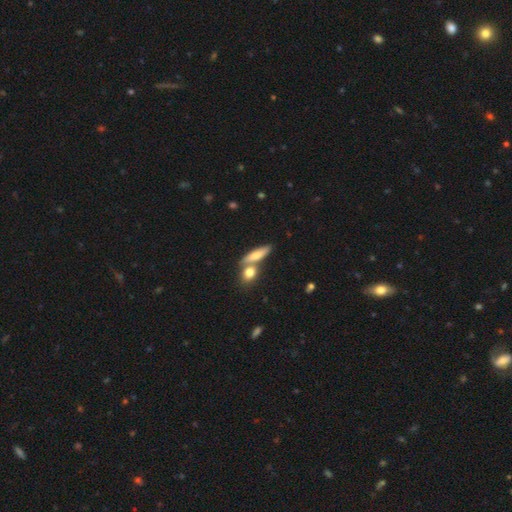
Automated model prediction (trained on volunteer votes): Smooth or featured? smooth (69%)
How rounded? cigar-shaped (54%)
Merging? none (56%)